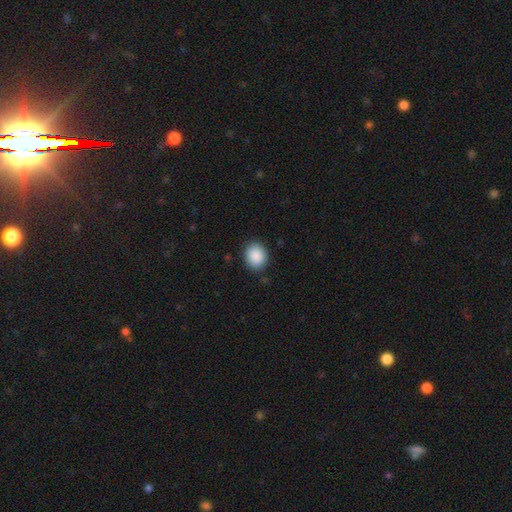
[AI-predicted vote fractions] Smooth or featured? Predicted: smooth (p=0.89). How rounded? Predicted: round (p=0.60). Merging? Predicted: none (p=0.88).